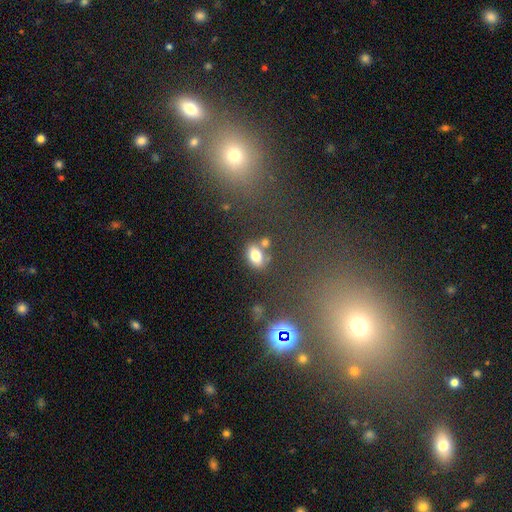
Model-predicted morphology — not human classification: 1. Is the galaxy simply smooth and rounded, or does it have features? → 77% smooth, 12% featured or disk, 11% star or artifact.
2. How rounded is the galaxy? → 82% in between, 16% round, 3% cigar-shaped.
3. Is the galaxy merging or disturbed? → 64% none, 17% merger, 14% minor disturbance, 5% major disturbance.